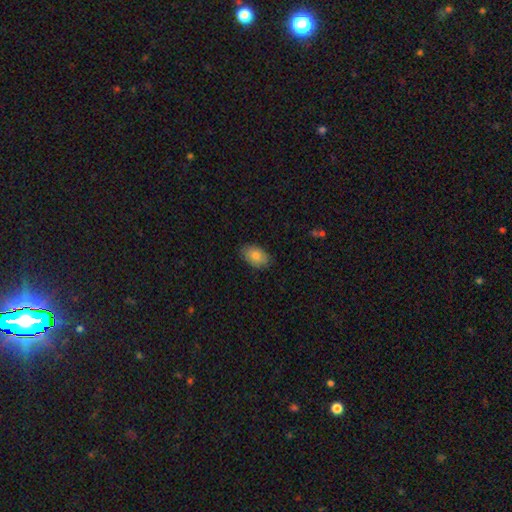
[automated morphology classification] A smooth galaxy with no disk features (80%) that is in between round and cigar-shaped (89%).

Vote fractions:
- Smooth or featured? smooth: 80% / featured or disk: 13% / star or artifact: 7%
- How rounded? in between: 89% / round: 10% / cigar-shaped: 1%
- Merging? none: 84% / minor disturbance: 12% / major disturbance: 2% / merger: 1%